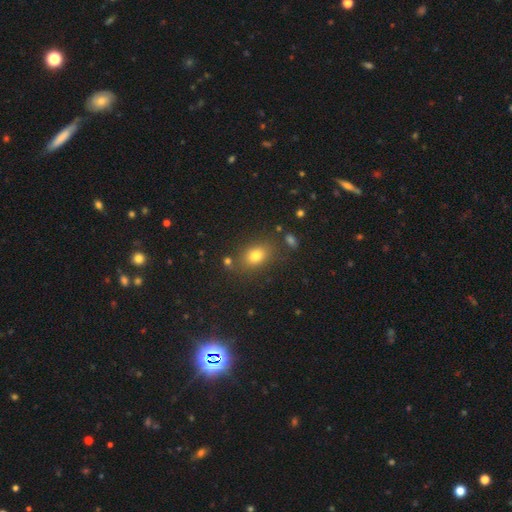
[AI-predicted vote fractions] smooth-or-featured: smooth: 77% | star or artifact: 13% | featured or disk: 9%
  how-rounded: in between: 68% | round: 30% | cigar-shaped: 2%
  merging: none: 78% | minor disturbance: 12% | merger: 6% | major disturbance: 4%